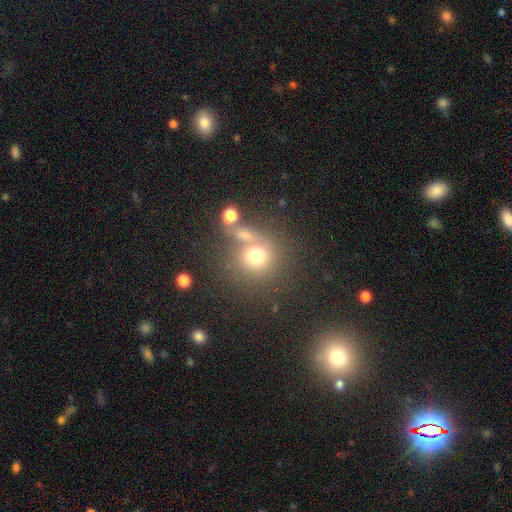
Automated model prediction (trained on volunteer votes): Smooth or featured? smooth (71%)
How rounded? round (87%)
Merging? none (56%)